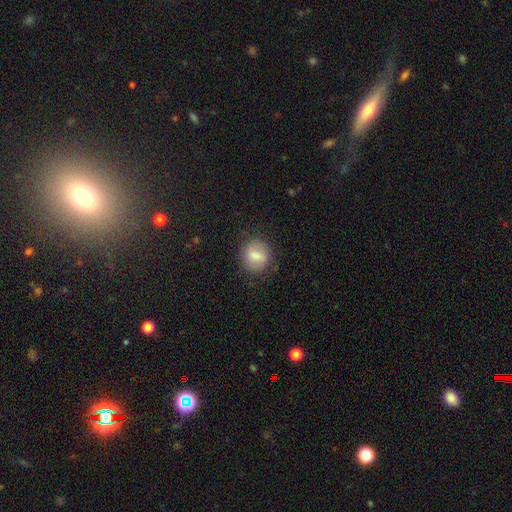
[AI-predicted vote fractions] Smooth or featured? Predicted: smooth (p=0.73). How rounded? Predicted: round (p=0.76). Merging? Predicted: none (p=0.80).